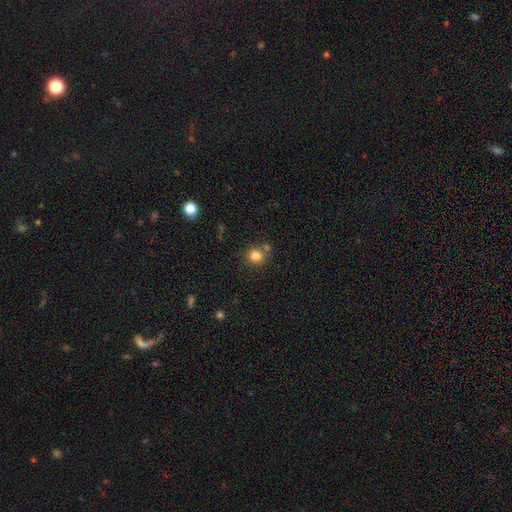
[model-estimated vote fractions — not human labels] smooth-or-featured: smooth: 82% | star or artifact: 12% | featured or disk: 6%
  how-rounded: round: 89% | in between: 10% | cigar-shaped: 1%
  merging: none: 73% | merger: 15% | minor disturbance: 10% | major disturbance: 3%